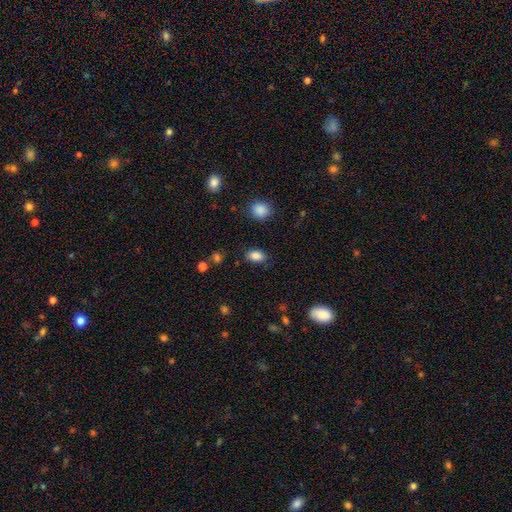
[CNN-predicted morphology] type=smooth (87%); roundness=in between (85%); merging=none (83%).